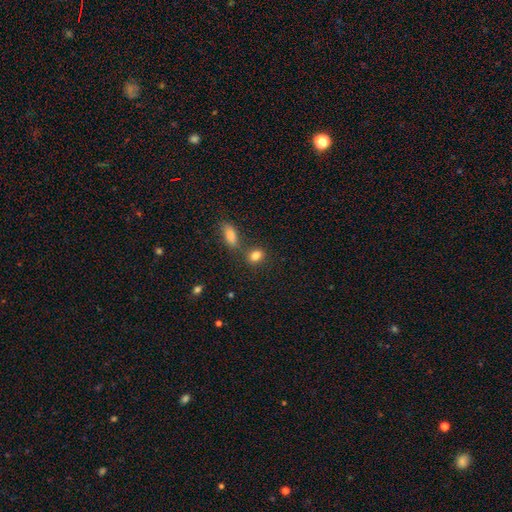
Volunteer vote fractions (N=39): Morphology: type=smooth (90%); roundness=in between (86%); merging=none (41%).